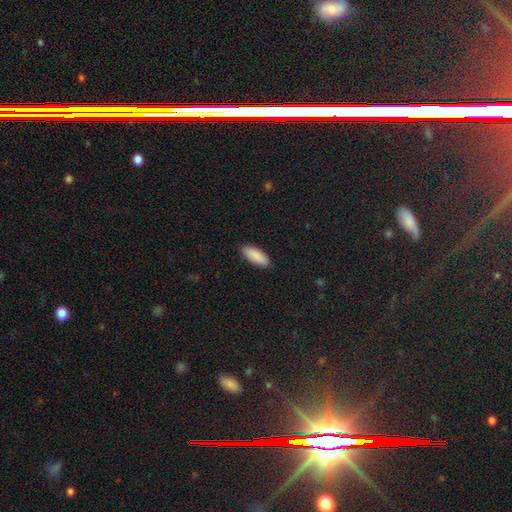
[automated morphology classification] Smooth or featured? Predicted: smooth (p=0.90). How rounded? Predicted: in between (p=0.77). Merging? Predicted: none (p=0.90).